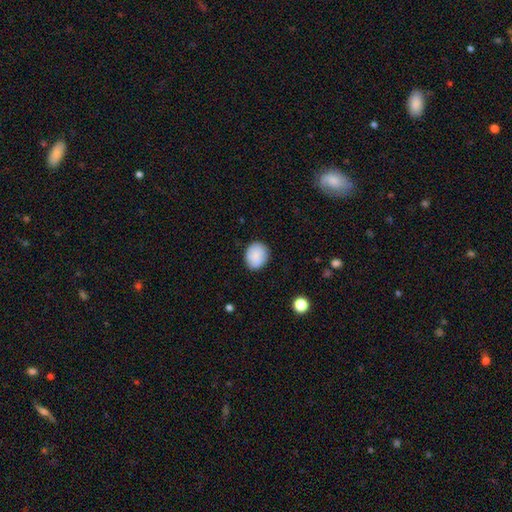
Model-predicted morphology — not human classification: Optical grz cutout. It shows a smooth galaxy with no disk features (85%) that is round (61%). Merging: none (84%).